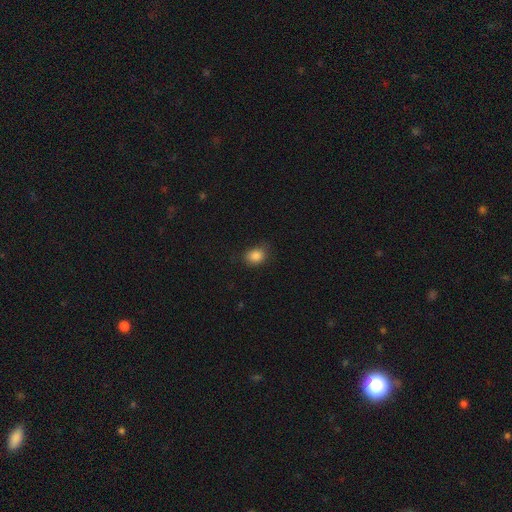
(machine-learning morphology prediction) Smooth or featured? Predicted: smooth (p=0.86). How rounded? Predicted: in between (p=0.55). Merging? Predicted: none (p=0.72).